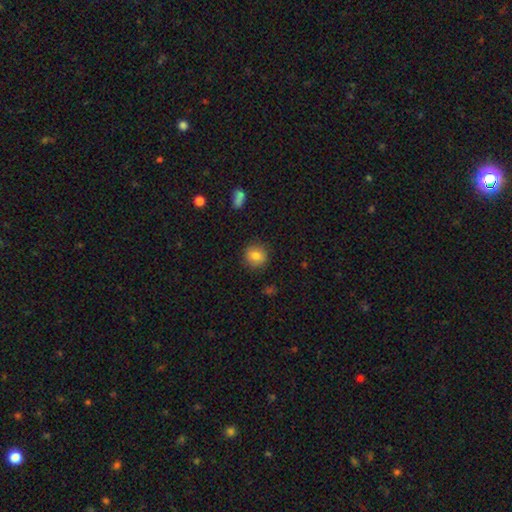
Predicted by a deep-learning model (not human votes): Smooth or featured: smooth — 82% (featured or disk — 9%)
How rounded: round — 87% (in between — 12%)
Merging: none — 87% (minor disturbance — 9%)